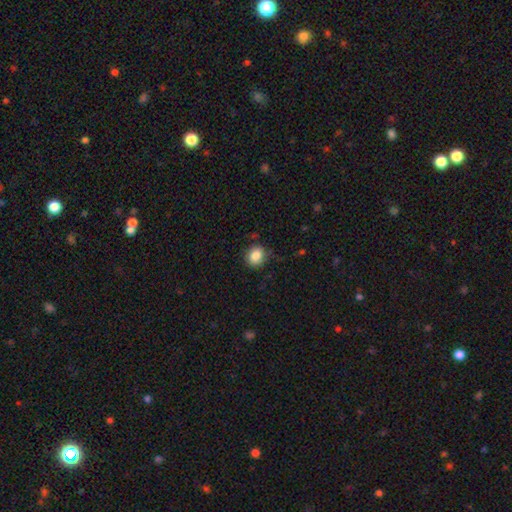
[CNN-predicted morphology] Smooth or featured? Predicted: smooth (p=0.86). How rounded? Predicted: round (p=0.74). Merging? Predicted: none (p=0.83).